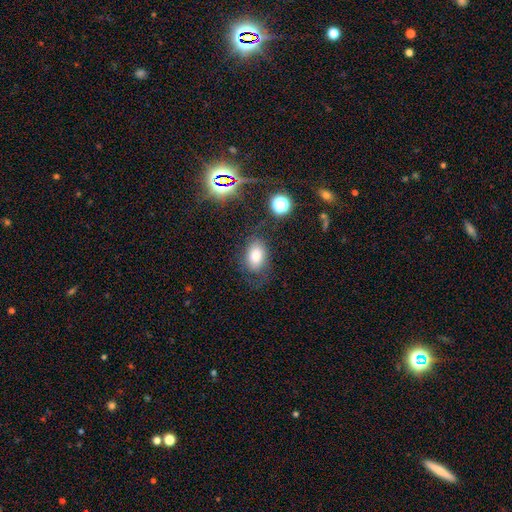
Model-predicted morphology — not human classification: smooth_or_featured: smooth (p=0.75) [alt: featured or disk p=0.13]
how_rounded: in between (p=0.85) [alt: round p=0.13]
merging: none (p=0.68) [alt: minor disturbance p=0.19]